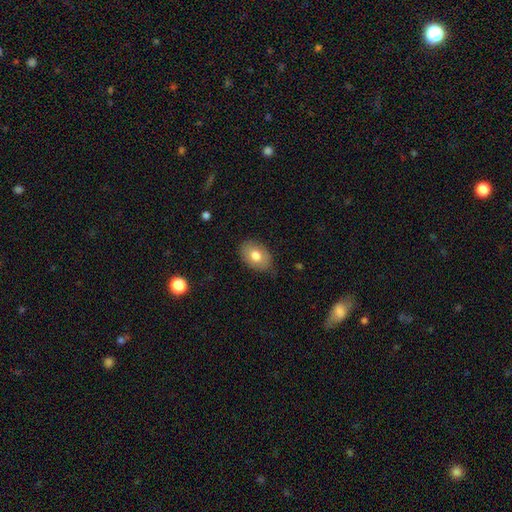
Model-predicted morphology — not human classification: The model was most divided on "smooth or featured": smooth: 76%, featured or disk: 16%, star or artifact: 7%. More confident: how rounded — in between (82%); merging — none (81%).